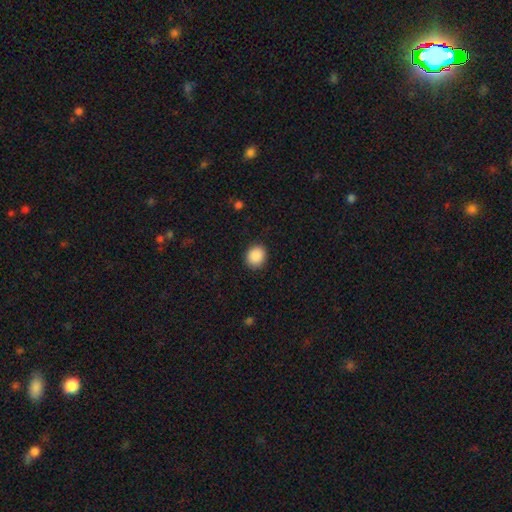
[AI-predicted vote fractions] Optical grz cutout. It shows a smooth galaxy with no disk features (89%) that is round (73%). Merging: none (89%).